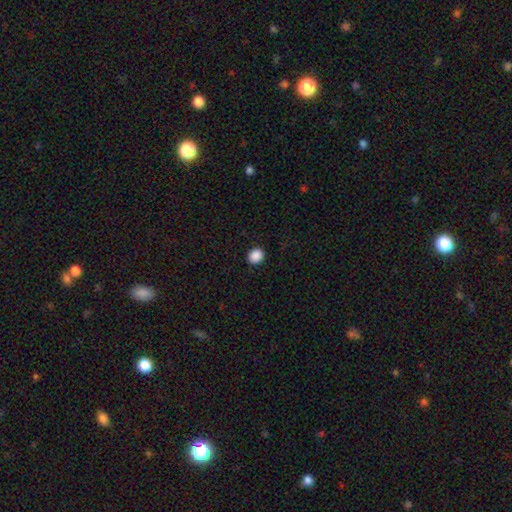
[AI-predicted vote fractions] Morphology: type=smooth (89%); roundness=round (71%); merging=none (91%).